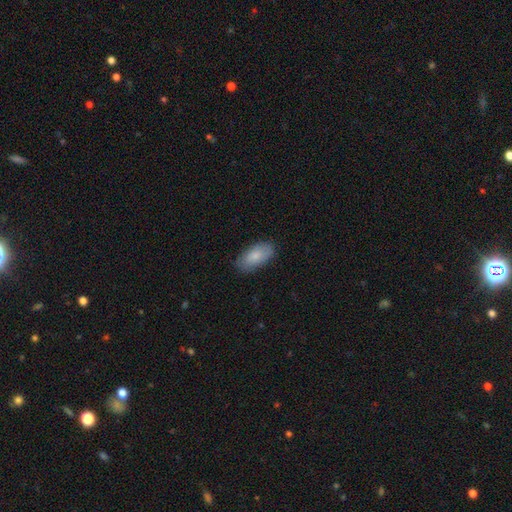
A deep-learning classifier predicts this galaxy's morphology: This is clearly a smooth galaxy (83%). How rounded: clearly in between (92%). Merging: clearly none (83%).